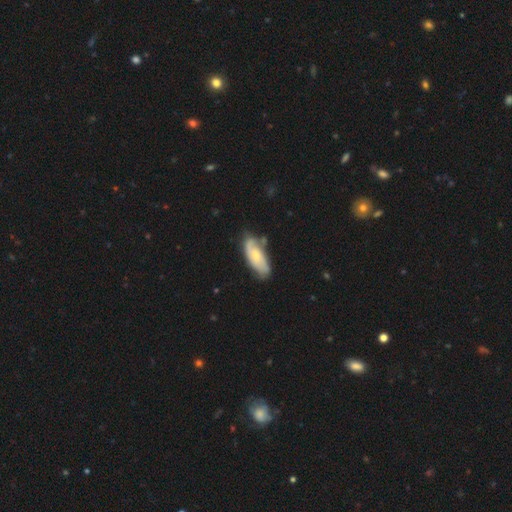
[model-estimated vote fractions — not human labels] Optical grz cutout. It shows a featured or disk galaxy (48%). Merging: none (59%).